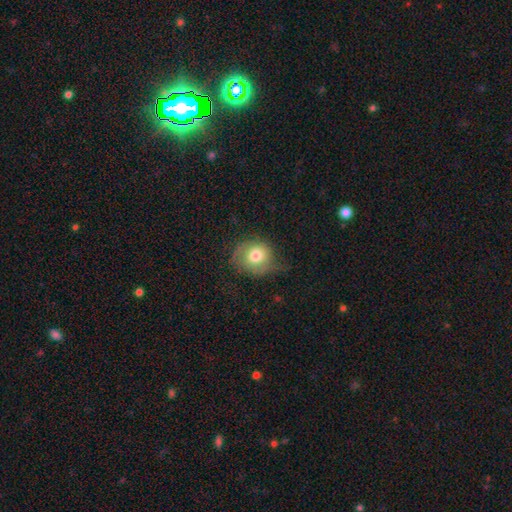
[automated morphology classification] Q: Smooth or featured?
A: smooth (70%); runner-up: featured or disk (21%)
Q: How rounded?
A: round (75%); runner-up: in between (24%)
Q: Merging?
A: none (49%); runner-up: minor disturbance (33%)